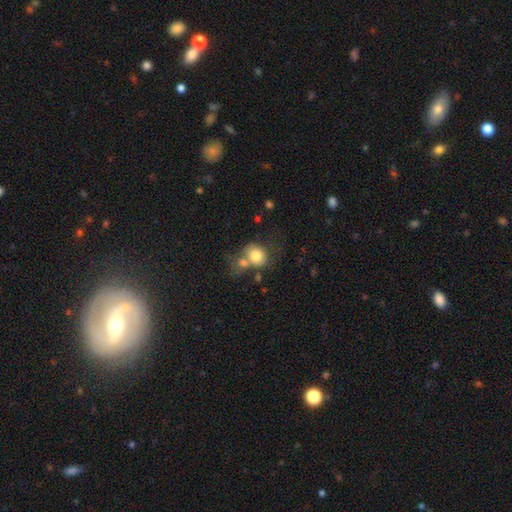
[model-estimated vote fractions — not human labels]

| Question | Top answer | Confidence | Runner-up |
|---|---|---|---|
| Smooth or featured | smooth | 77% | featured or disk (14%) |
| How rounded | round | 65% | in between (34%) |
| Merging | merger | 44% | none (34%) |